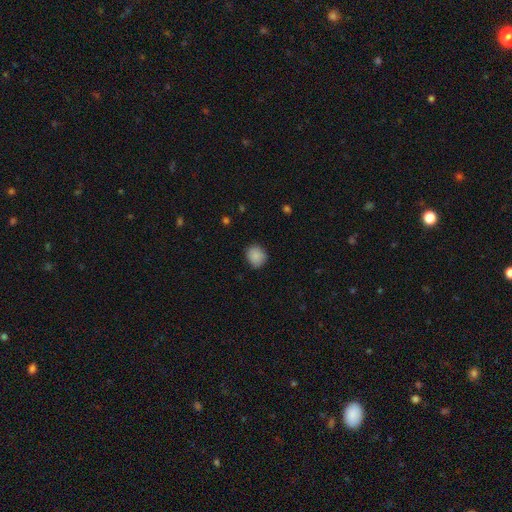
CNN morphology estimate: smooth_or_featured: smooth (p=0.88) [alt: star or artifact p=0.08]
how_rounded: round (p=0.71) [alt: in between p=0.28]
merging: none (p=0.82) [alt: minor disturbance p=0.14]